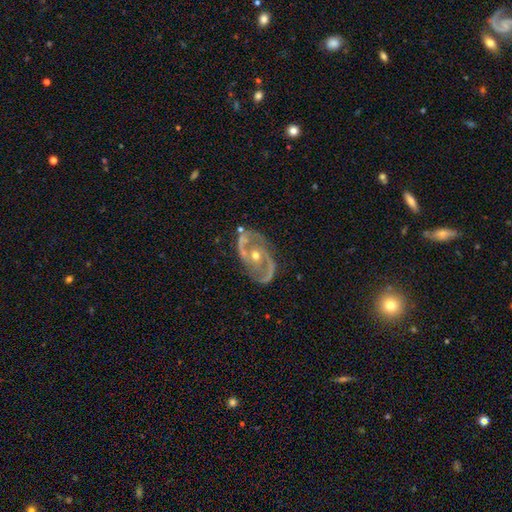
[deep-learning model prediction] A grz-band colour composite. It shows a featured or disk galaxy (90%) with no bar (61%), 2 (87%) medium (52%) spiral arms (93%) and a moderate central bulge (62%). Merging: none (76%).